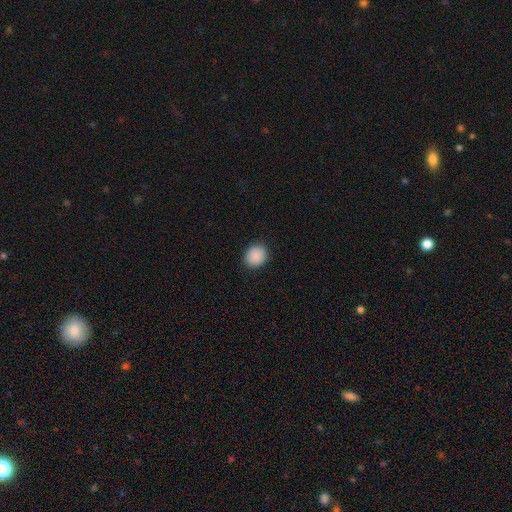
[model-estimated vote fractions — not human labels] The model was most divided on "how rounded": round: 71%, in between: 28%, cigar-shaped: 1%. More confident: merging — none (90%); smooth or featured — smooth (90%).